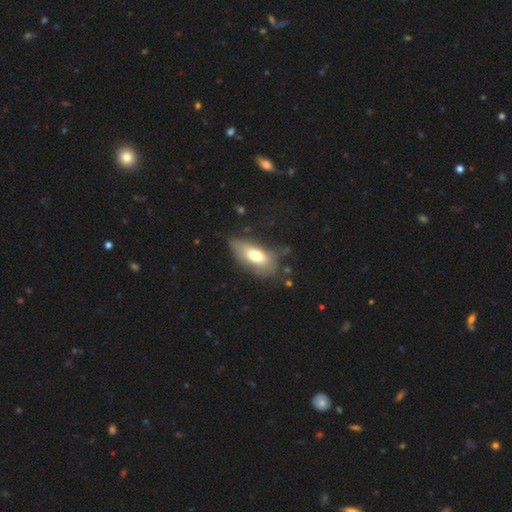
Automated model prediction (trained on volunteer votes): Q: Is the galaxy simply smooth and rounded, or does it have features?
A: smooth — 69%.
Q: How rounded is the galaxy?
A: in between — 85%.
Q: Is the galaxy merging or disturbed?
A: none — 58%.